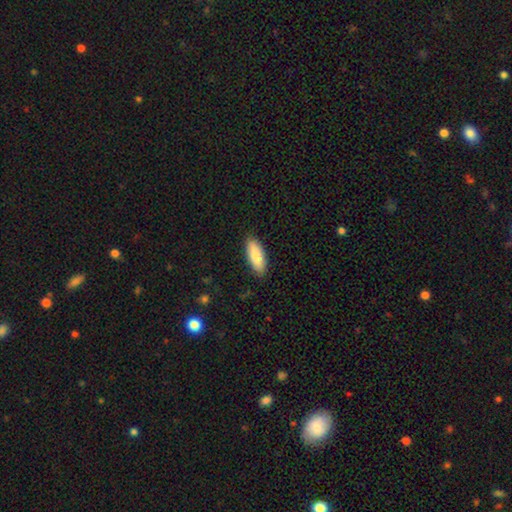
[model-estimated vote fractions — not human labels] Q: Smooth or featured?
A: smooth (87%); runner-up: featured or disk (7%)
Q: How rounded?
A: in between (74%); runner-up: cigar-shaped (24%)
Q: Merging?
A: none (88%); runner-up: minor disturbance (9%)